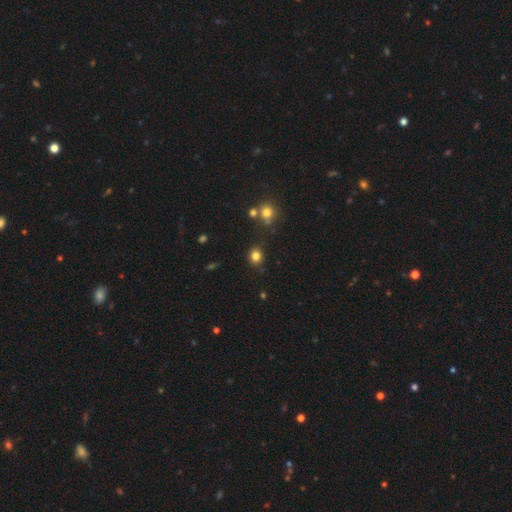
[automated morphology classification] smooth-or-featured: smooth: 82% | star or artifact: 13% | featured or disk: 5%
  how-rounded: round: 71% | in between: 28% | cigar-shaped: 1%
  merging: none: 83% | minor disturbance: 10% | merger: 4% | major disturbance: 3%